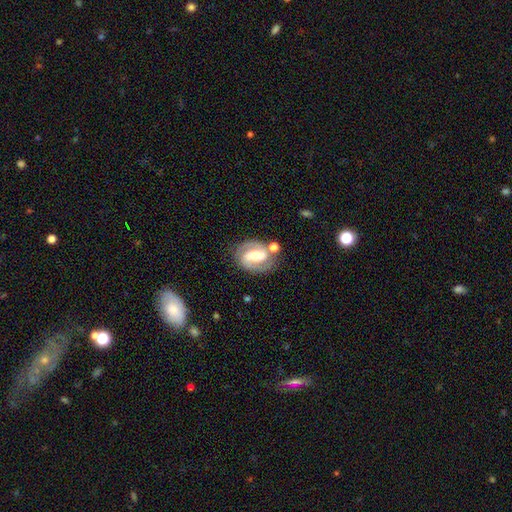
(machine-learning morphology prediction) Smooth or featured?
  - featured or disk: 81% *
  - smooth: 14%
  - star or artifact: 6%
Edge-on disk?
  - no: 97% *
  - yes: 3%
Bar?
  - strong: 49% *
  - weak: 35%
  - no: 16%
Spiral arms?
  - yes: 92% *
  - no: 8%
Spiral winding?
  - medium: 45% *
  - tight: 44%
  - loose: 11%
Spiral arm count?
  - 2: 88% *
  - can't tell: 5%
  - 1: 4%
  - 3: 1%
  - 4: 1%
  - more than 4: 1%
Bulge size?
  - moderate: 54% *
  - small: 22%
  - large: 19%
  - none: 3%
  - dominant: 2%
Merging?
  - none: 73% *
  - minor disturbance: 14%
  - merger: 8%
  - major disturbance: 5%